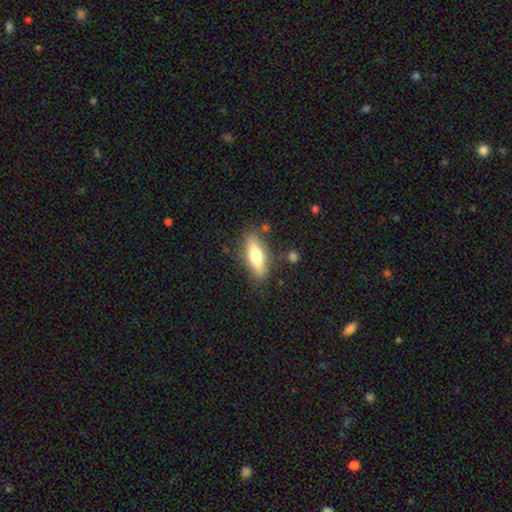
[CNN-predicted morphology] A smooth galaxy with no disk features (61%) that is in between round and cigar-shaped (51%).

Vote fractions:
- Smooth or featured? smooth: 61% / featured or disk: 32% / star or artifact: 6%
- How rounded? in between: 51% / cigar-shaped: 46% / round: 3%
- Merging? none: 81% / minor disturbance: 13% / major disturbance: 4% / merger: 3%